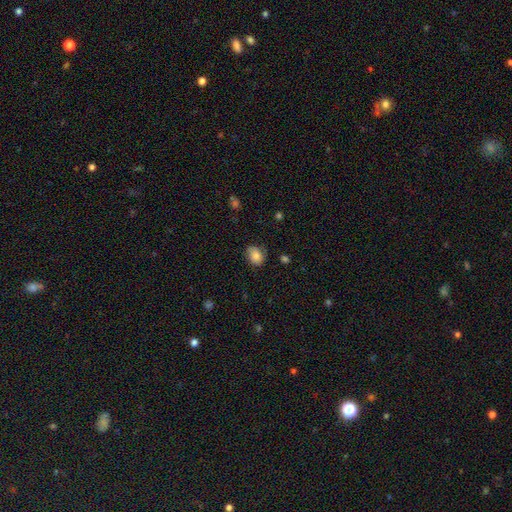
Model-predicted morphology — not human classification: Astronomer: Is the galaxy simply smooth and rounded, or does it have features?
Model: smooth — 77%.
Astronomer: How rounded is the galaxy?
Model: in between — 54% (runner-up: round, 45%).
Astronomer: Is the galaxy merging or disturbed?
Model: none — 68%.